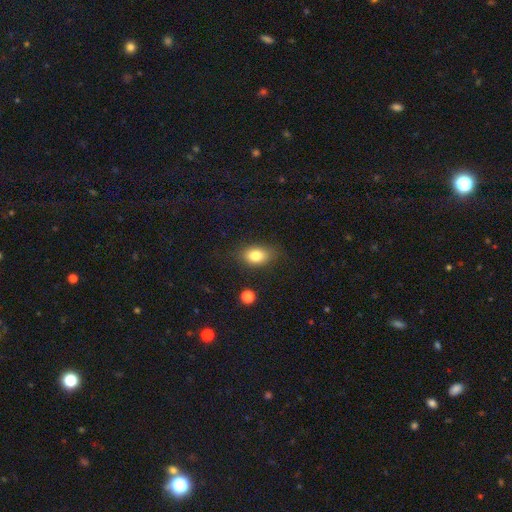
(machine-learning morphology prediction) Q: Smooth or featured?
A: smooth (80%); runner-up: star or artifact (10%)
Q: How rounded?
A: in between (79%); runner-up: round (19%)
Q: Merging?
A: none (79%); runner-up: minor disturbance (15%)